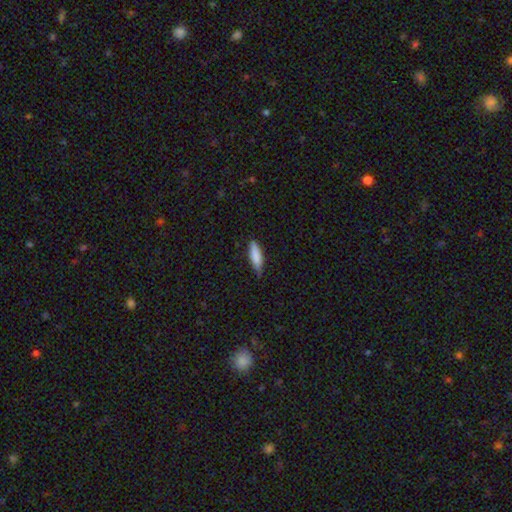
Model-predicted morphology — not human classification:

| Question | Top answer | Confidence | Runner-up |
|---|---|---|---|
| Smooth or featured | smooth | 83% | featured or disk (11%) |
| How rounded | cigar-shaped | 54% | in between (45%) |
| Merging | none | 69% | minor disturbance (26%) |